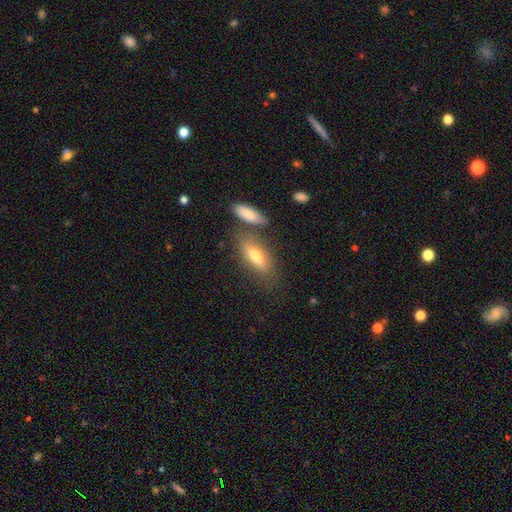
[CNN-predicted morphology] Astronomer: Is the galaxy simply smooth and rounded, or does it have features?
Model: smooth — 64%.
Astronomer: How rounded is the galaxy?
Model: in between — 62%.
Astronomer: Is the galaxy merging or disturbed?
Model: none — 66%.